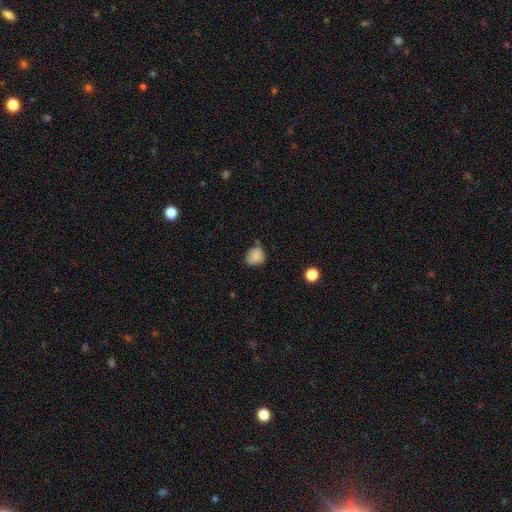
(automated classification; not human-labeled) smooth 81%, star or artifact 10%, featured or disk 9%. Down the decision tree: how rounded — round (69%); merging — none (54%).